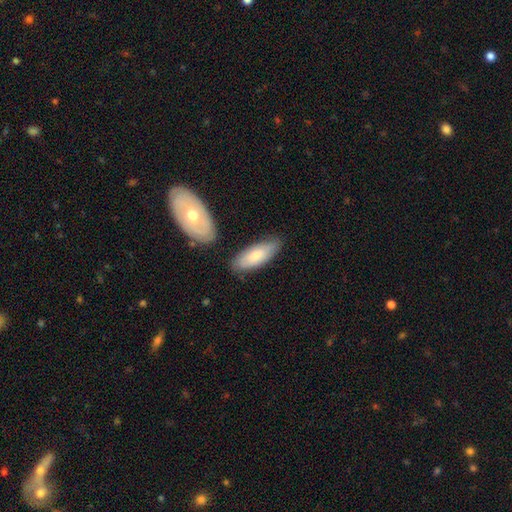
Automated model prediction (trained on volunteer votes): Overall: smooth (75%). How rounded: in between (77%). Merging: none (76%).